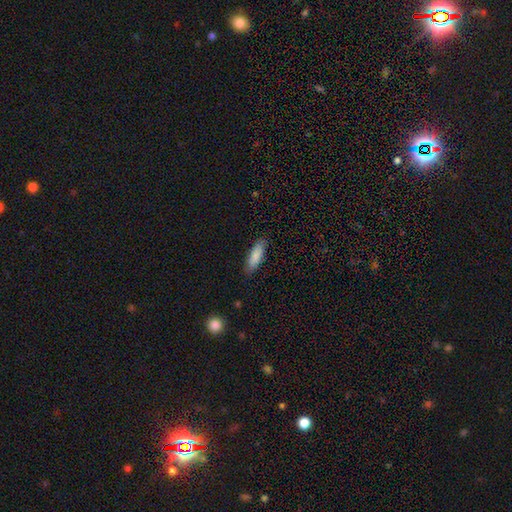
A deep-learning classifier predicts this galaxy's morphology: Q: Smooth or featured?
A: smooth (85%); runner-up: featured or disk (9%)
Q: How rounded?
A: in between (49%); tied with: cigar-shaped (49%)
Q: Merging?
A: none (86%); runner-up: minor disturbance (11%)